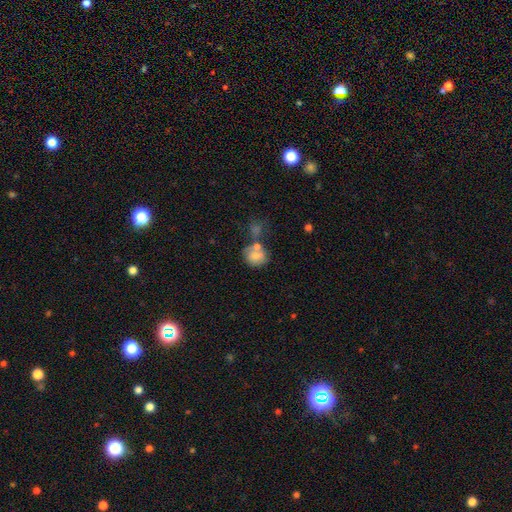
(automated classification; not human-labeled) Overall: smooth (71%). How rounded: round (60%; in between 39%). Merging: merger (41%; none 33%).